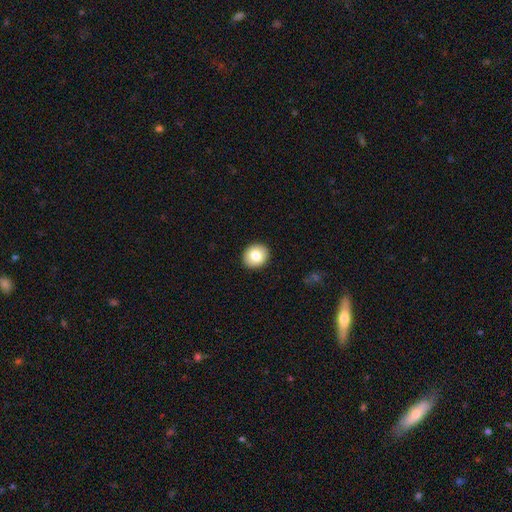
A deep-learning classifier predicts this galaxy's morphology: Smooth or featured?
  - smooth: 81% *
  - featured or disk: 11%
  - star or artifact: 8%
How rounded?
  - round: 71% *
  - in between: 28%
  - cigar-shaped: 1%
Merging?
  - none: 92% *
  - minor disturbance: 6%
  - major disturbance: 2%
  - merger: 1%